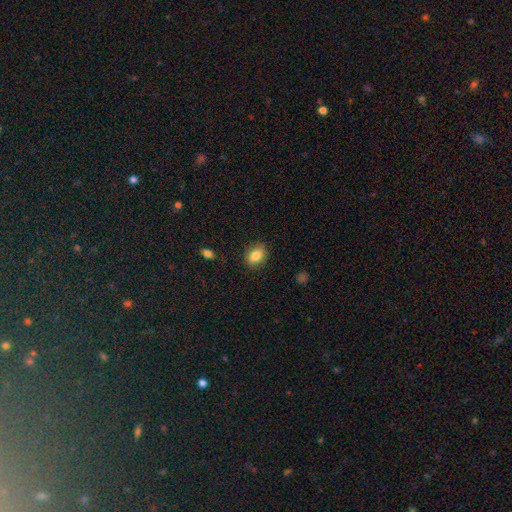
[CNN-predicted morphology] smooth-or-featured: smooth: 84% | star or artifact: 8% | featured or disk: 8%
  how-rounded: in between: 68% | round: 30% | cigar-shaped: 1%
  merging: none: 83% | minor disturbance: 13% | major disturbance: 3% | merger: 1%